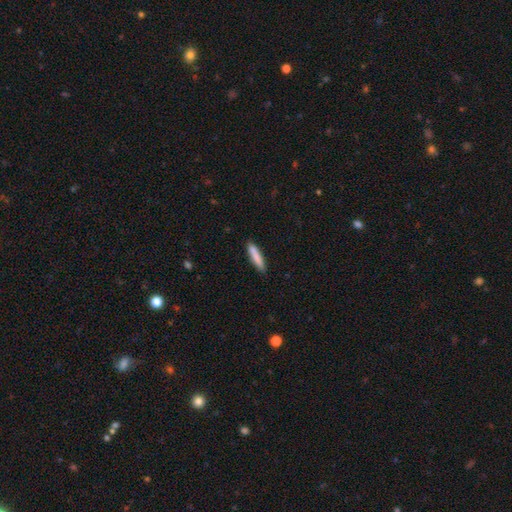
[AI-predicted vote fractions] smooth-or-featured: smooth: 82% | featured or disk: 12% | star or artifact: 6%
  how-rounded: cigar-shaped: 87% | in between: 12% | round: 1%
  merging: none: 82% | minor disturbance: 12% | merger: 4% | major disturbance: 2%